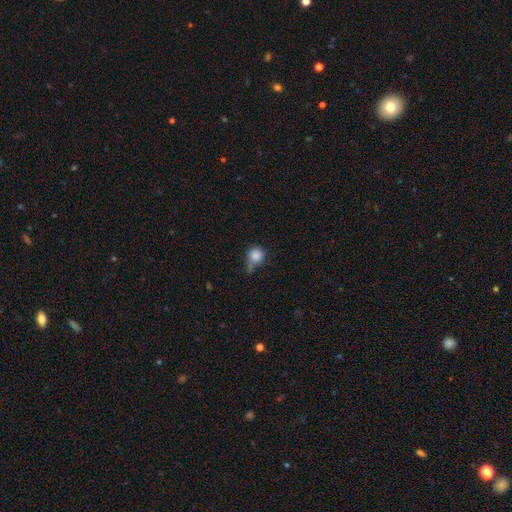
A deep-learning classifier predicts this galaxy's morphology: This is clearly a smooth galaxy (82%). How rounded: clearly round (86%). Merging: marginally minor disturbance (36%, tied with none).